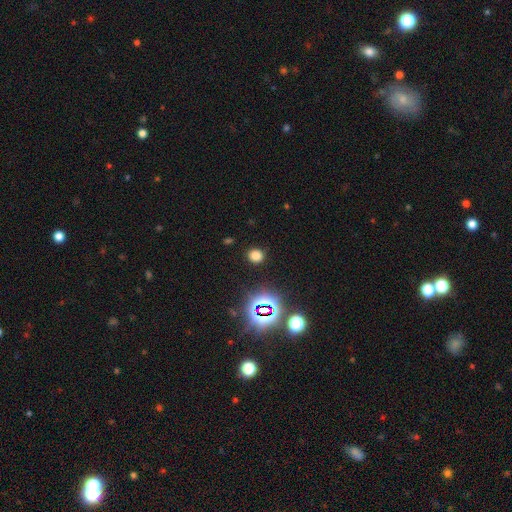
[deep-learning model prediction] Smooth or featured: smooth — 72% (star or artifact — 23%)
How rounded: round — 79% (in between — 20%)
Merging: none — 89% (minor disturbance — 7%)